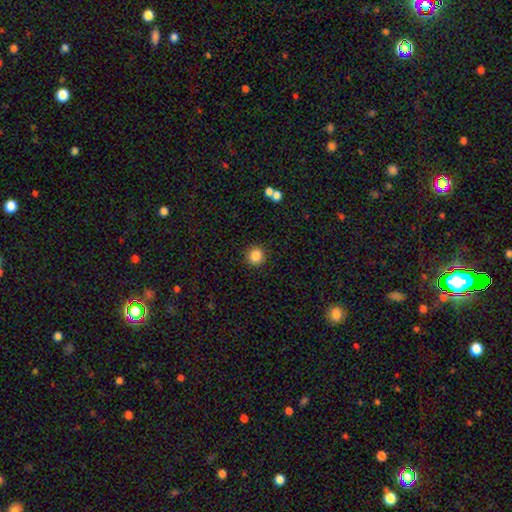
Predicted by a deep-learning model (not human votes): This is clearly a smooth galaxy (86%). How rounded: clearly round (92%). Merging: clearly none (90%).